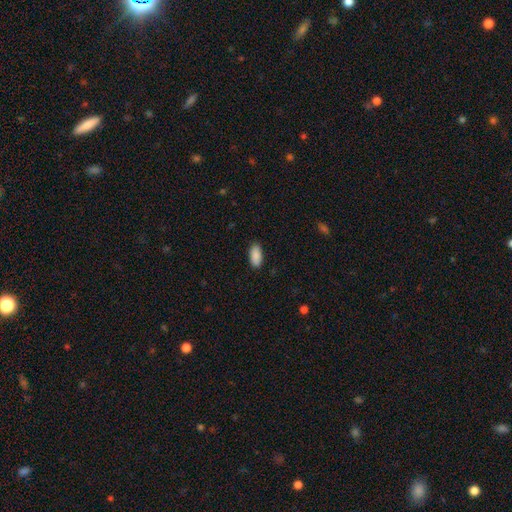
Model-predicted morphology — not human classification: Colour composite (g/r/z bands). It shows a smooth galaxy with no disk features (90%) that is in between round and cigar-shaped (92%). Merging: none (89%).